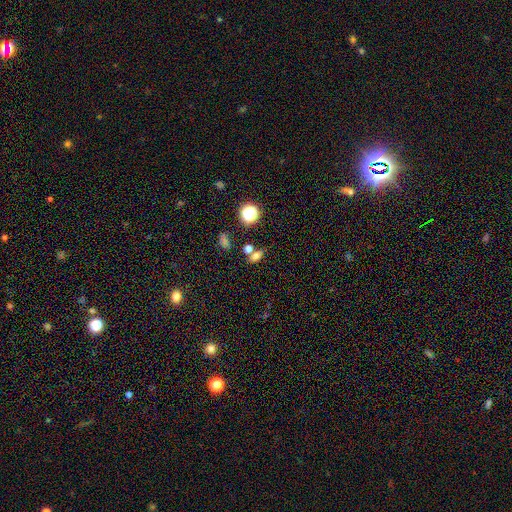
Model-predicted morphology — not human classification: This appears to be a smooth galaxy with no disk features (65%) that is in between round and cigar-shaped (67%). Merging: none (60%).